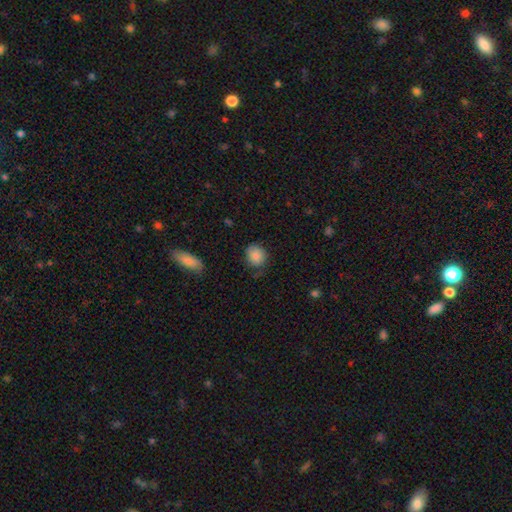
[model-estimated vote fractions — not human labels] This appears to be a smooth galaxy with no disk features (85%) that is round (75%). Merging: none (70%).